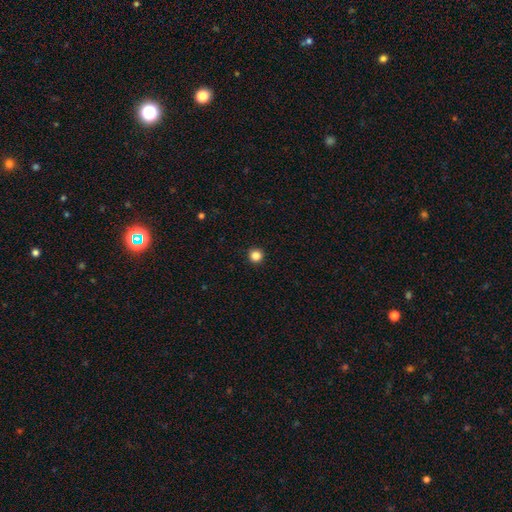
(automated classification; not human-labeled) Smooth or featured?
  - smooth: 85% *
  - star or artifact: 12%
  - featured or disk: 3%
How rounded?
  - round: 96% *
  - in between: 3%
  - cigar-shaped: 1%
Merging?
  - none: 93% *
  - minor disturbance: 4%
  - major disturbance: 1%
  - merger: 1%